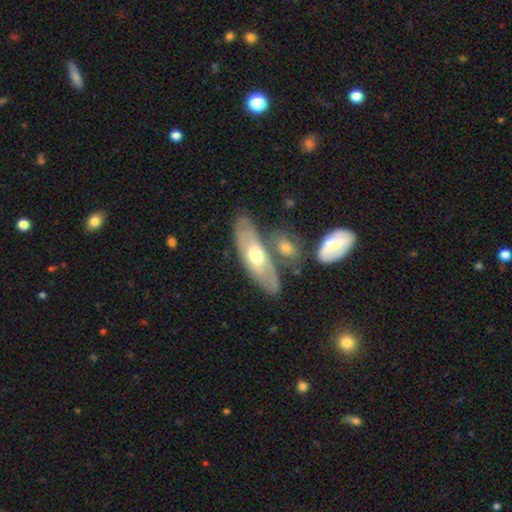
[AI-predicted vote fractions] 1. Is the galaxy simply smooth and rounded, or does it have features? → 52% featured or disk, 42% smooth, 5% star or artifact.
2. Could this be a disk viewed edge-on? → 63% no, 37% yes.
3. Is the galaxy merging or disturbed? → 64% none, 17% merger, 15% minor disturbance, 5% major disturbance.